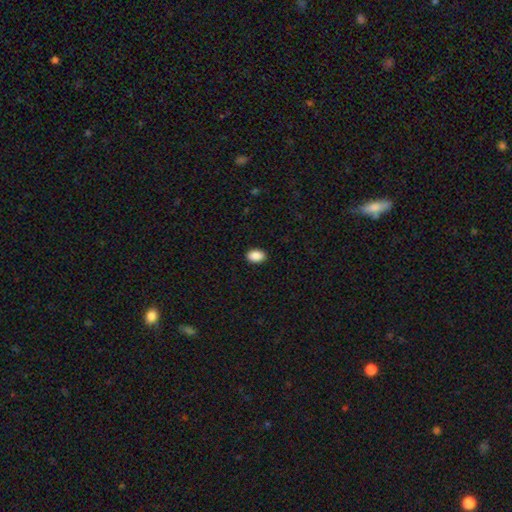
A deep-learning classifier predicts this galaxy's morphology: Smooth or featured? Predicted: smooth (p=0.90). How rounded? Predicted: in between (p=0.86). Merging? Predicted: none (p=0.91).